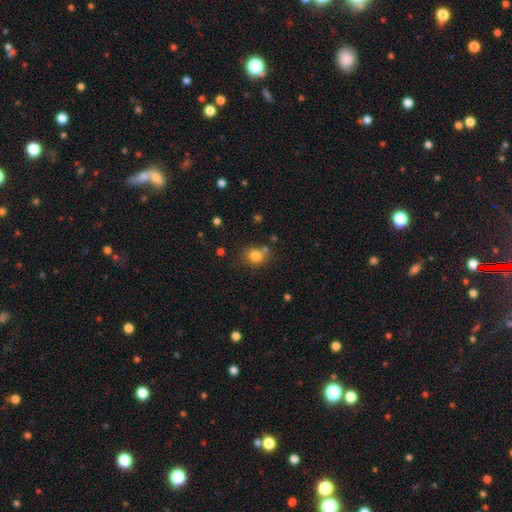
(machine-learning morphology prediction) A smooth galaxy with no disk features (80%) that is round (73%).

Vote fractions:
- Smooth or featured? smooth: 80% / star or artifact: 12% / featured or disk: 7%
- How rounded? round: 73% / in between: 27% / cigar-shaped: 1%
- Merging? none: 67% / minor disturbance: 15% / merger: 13% / major disturbance: 5%